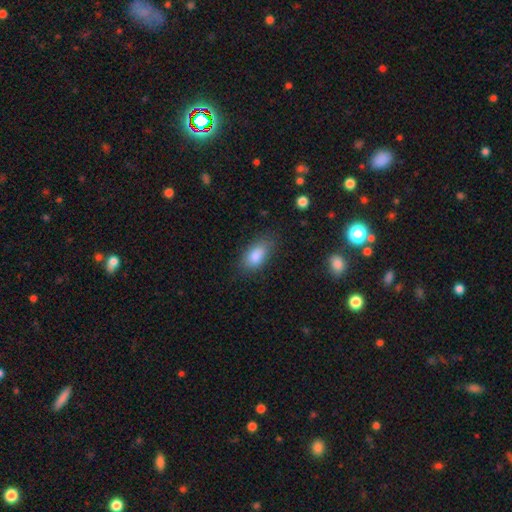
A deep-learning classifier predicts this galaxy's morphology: type=smooth (85%); roundness=in between (90%); merging=none (72%).